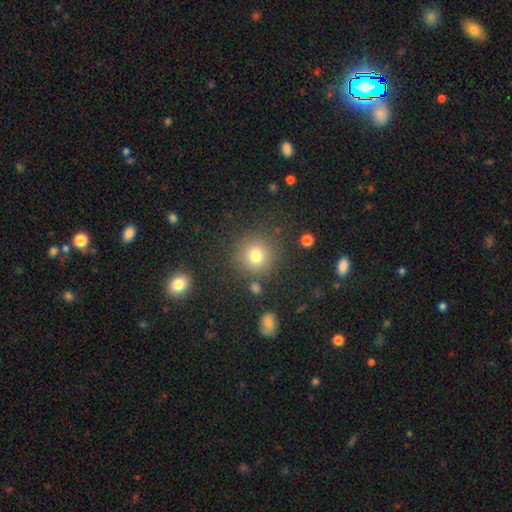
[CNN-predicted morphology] Overall: smooth (77%). How rounded: round (93%). Merging: none (85%).